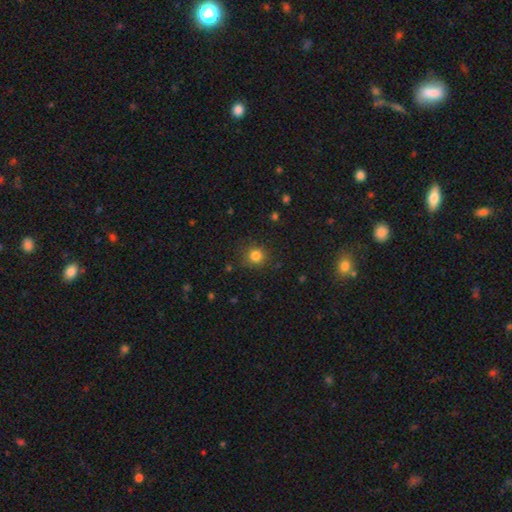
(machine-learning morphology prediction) This appears to be a smooth galaxy with no disk features (81%) that is round (90%). Merging: none (86%).